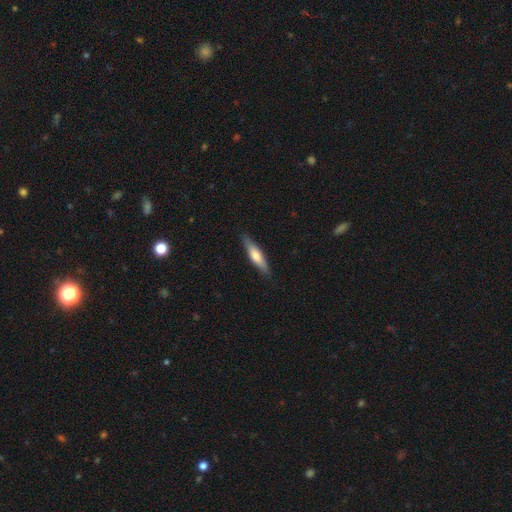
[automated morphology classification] A smooth galaxy with no disk features (61%) that is cigar-shaped (75%).

Vote fractions:
- Smooth or featured? smooth: 61% / featured or disk: 33% / star or artifact: 6%
- How rounded? cigar-shaped: 75% / in between: 23% / round: 2%
- Merging? none: 85% / minor disturbance: 12% / major disturbance: 2% / merger: 1%